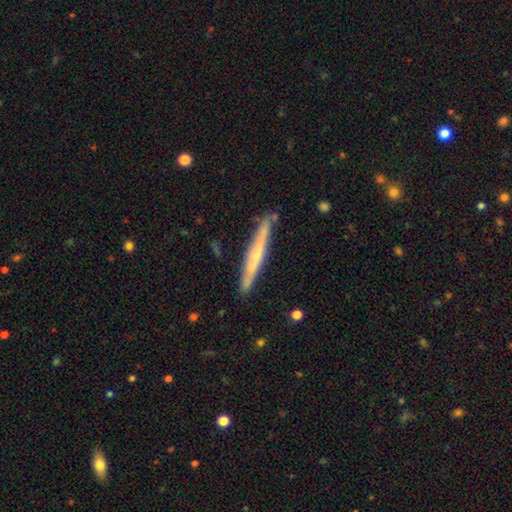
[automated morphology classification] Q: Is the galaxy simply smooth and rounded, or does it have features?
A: featured or disk — 49%.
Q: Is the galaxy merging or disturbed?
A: none — 86%.